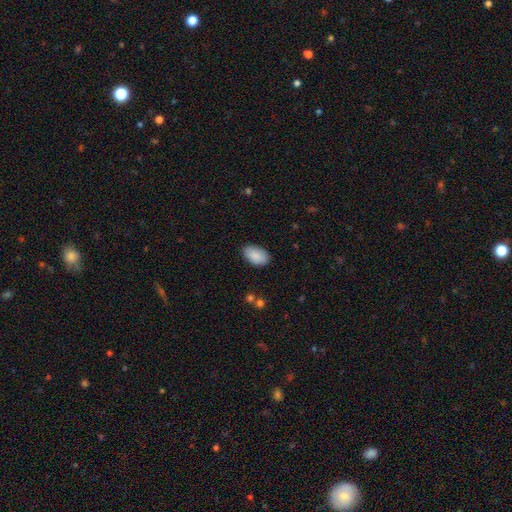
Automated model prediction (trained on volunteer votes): Morphology: type=smooth (89%); roundness=in between (94%); merging=none (86%).